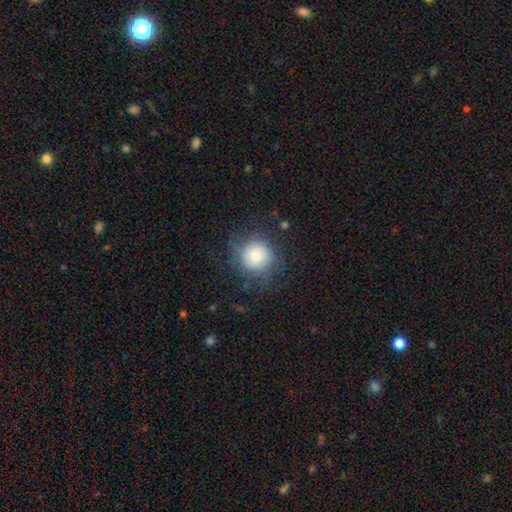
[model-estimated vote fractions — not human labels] smooth 75%, featured or disk 16%, star or artifact 9%. Down the decision tree: how rounded — round (91%); merging — none (68%).